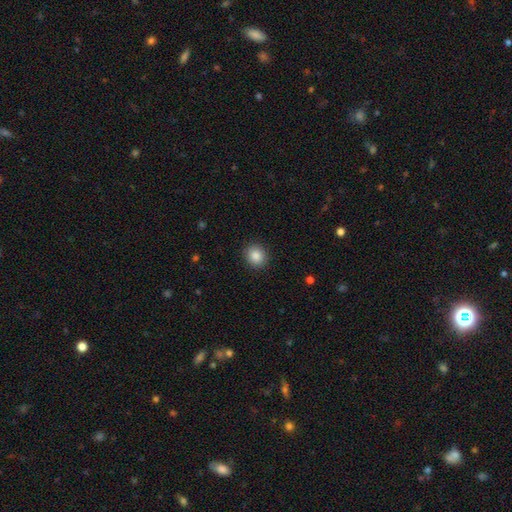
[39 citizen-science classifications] This appears to be a smooth galaxy with no disk features (90%) that is round (80%). Merging: none (95%).